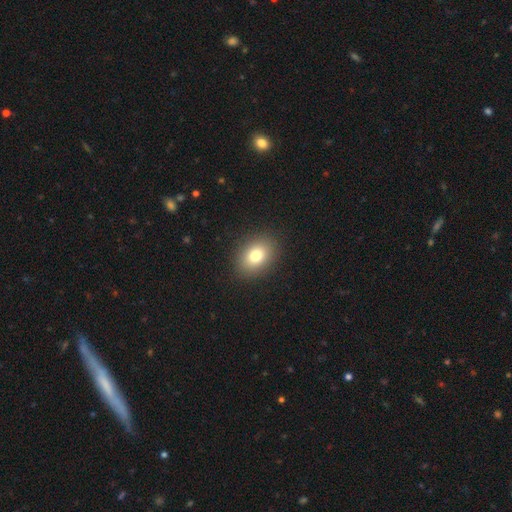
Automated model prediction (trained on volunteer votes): A smooth galaxy with no disk features (79%) that is in between round and cigar-shaped (69%).

Vote fractions:
- Smooth or featured? smooth: 79% / star or artifact: 10% / featured or disk: 10%
- How rounded? in between: 69% / round: 30% / cigar-shaped: 1%
- Merging? none: 89% / minor disturbance: 7% / major disturbance: 3% / merger: 1%